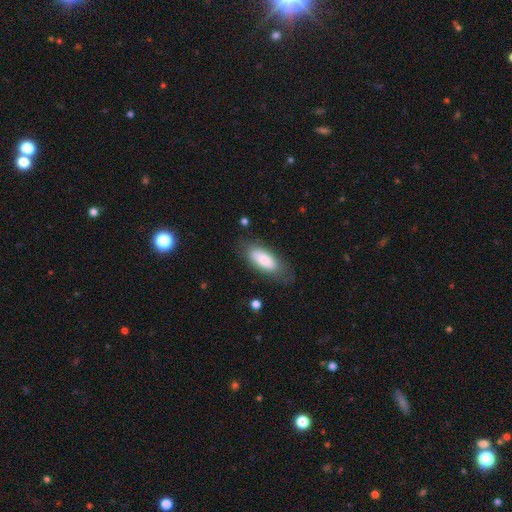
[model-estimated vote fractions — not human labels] smooth_or_featured: smooth (p=0.81) [alt: featured or disk p=0.13]
how_rounded: in between (p=0.80) [alt: cigar-shaped p=0.18]
merging: none (p=0.73) [alt: minor disturbance p=0.19]